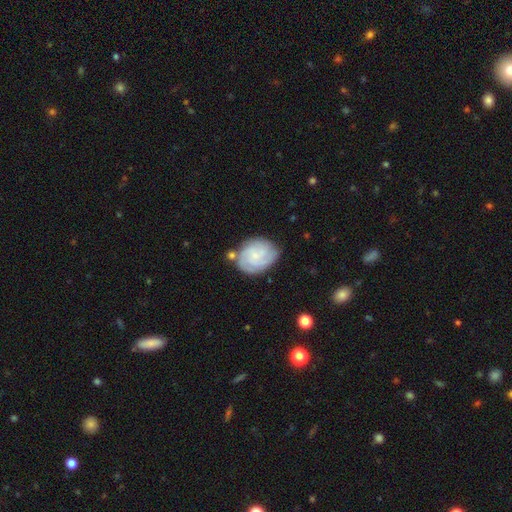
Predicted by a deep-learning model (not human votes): A featured or disk galaxy (68%) with no bar (67%), 3 (33%) tight (63%) spiral arms (93%) and a small central bulge (67%). Merging: none (69%).